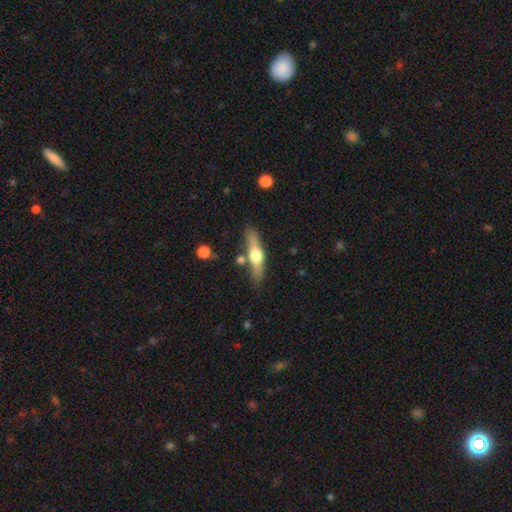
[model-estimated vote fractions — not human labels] Morphology: type=featured or disk (60%); edge-on=yes (94%); edge-on bulge=rounded (95%); merging=none (77%).